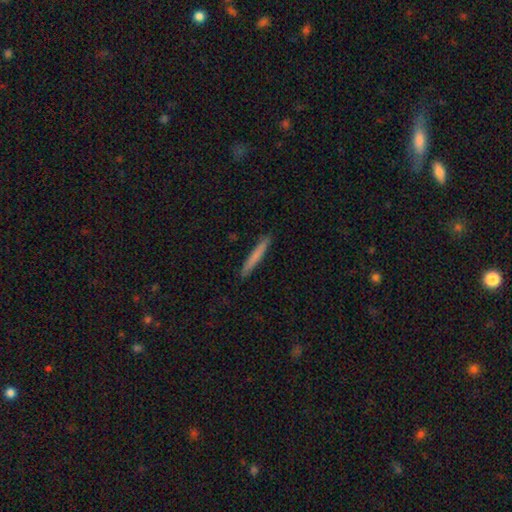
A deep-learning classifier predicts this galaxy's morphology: This appears to be a smooth galaxy with no disk features (73%) that is cigar-shaped (96%). Merging: none (91%).